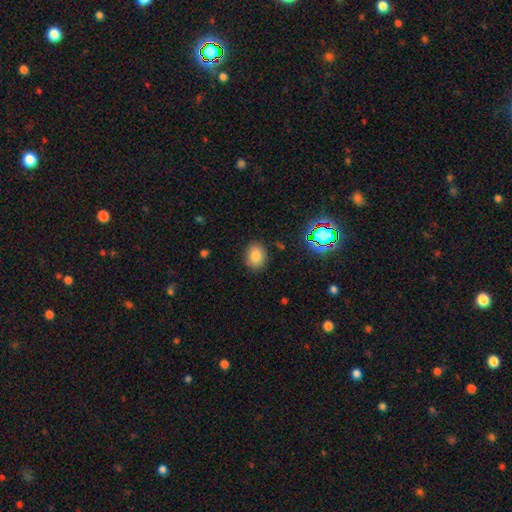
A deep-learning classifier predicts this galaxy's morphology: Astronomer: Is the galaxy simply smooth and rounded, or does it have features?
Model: smooth — 79%.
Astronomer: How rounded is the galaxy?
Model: in between — 50% (runner-up: round, 49%).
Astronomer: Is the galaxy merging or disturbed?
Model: none — 86%.